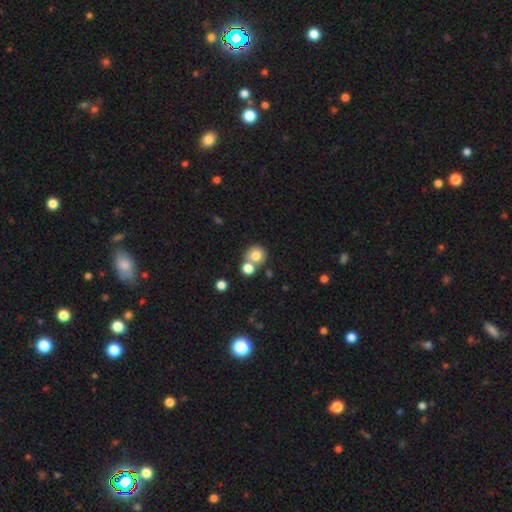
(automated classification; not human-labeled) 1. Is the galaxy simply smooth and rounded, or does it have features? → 76% smooth, 13% featured or disk, 11% star or artifact.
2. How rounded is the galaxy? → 85% round, 14% in between, 1% cigar-shaped.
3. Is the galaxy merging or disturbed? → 49% none, 39% merger, 8% minor disturbance, 3% major disturbance.